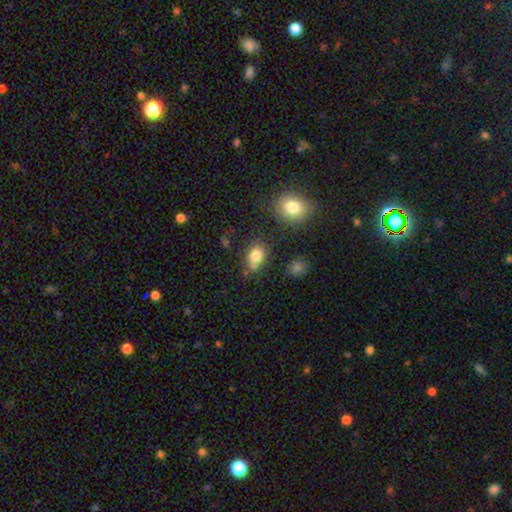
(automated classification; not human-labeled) Overall: smooth (80%). How rounded: in between (71%). Merging: none (59%; minor disturbance 22%).